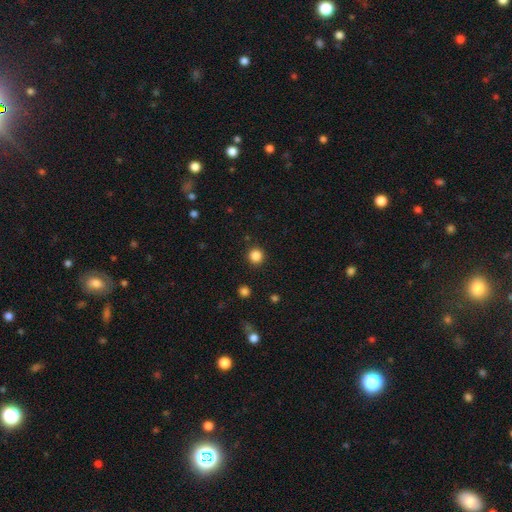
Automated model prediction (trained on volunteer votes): Overall: smooth (85%). How rounded: round (94%). Merging: none (92%).